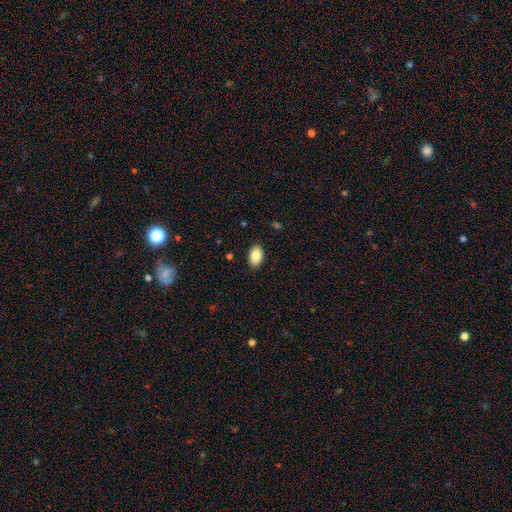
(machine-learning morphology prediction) Overall: smooth (87%). How rounded: in between (92%). Merging: none (89%).